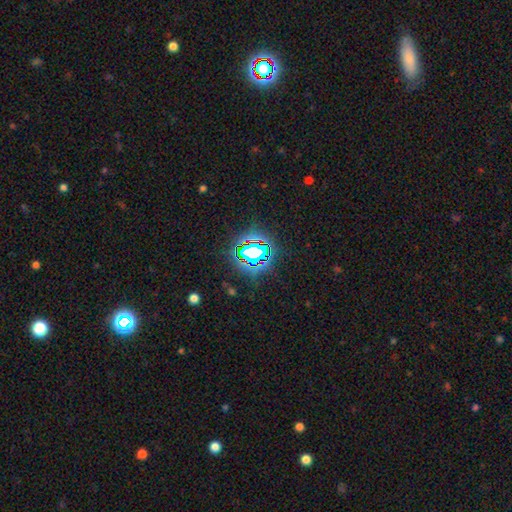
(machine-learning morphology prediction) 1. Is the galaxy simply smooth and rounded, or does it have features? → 72% star or artifact, 17% smooth, 11% featured or disk.